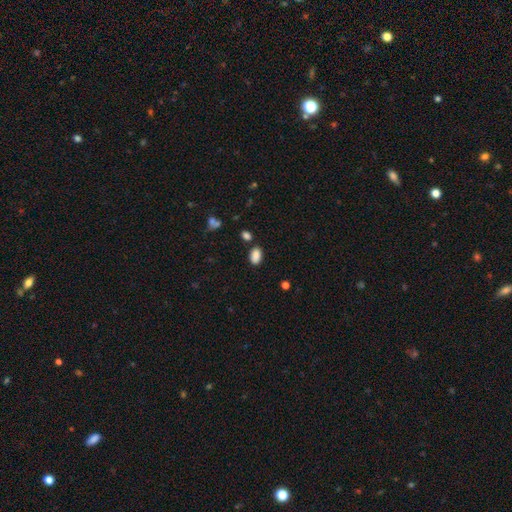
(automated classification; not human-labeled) Smooth or featured?
  - smooth: 87% *
  - star or artifact: 9%
  - featured or disk: 4%
How rounded?
  - in between: 90% *
  - round: 8%
  - cigar-shaped: 2%
Merging?
  - none: 80% *
  - minor disturbance: 12%
  - merger: 6%
  - major disturbance: 3%